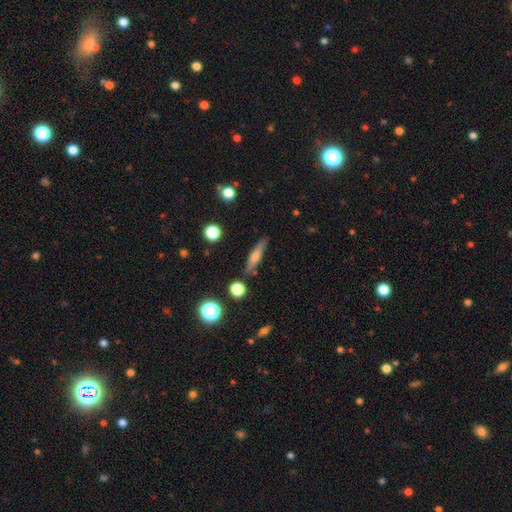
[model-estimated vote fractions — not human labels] This is possibly a smooth galaxy (54%). How rounded: likely cigar-shaped (80%). Merging: clearly none (83%).